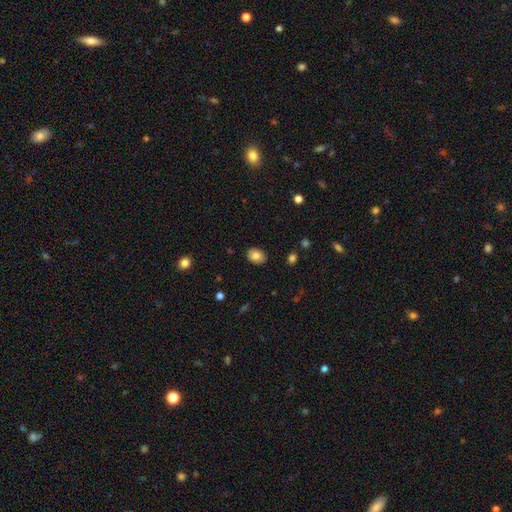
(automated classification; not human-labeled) The model was most divided on "how rounded": in between: 69%, round: 30%, cigar-shaped: 1%. More confident: merging — none (87%); smooth or featured — smooth (81%).